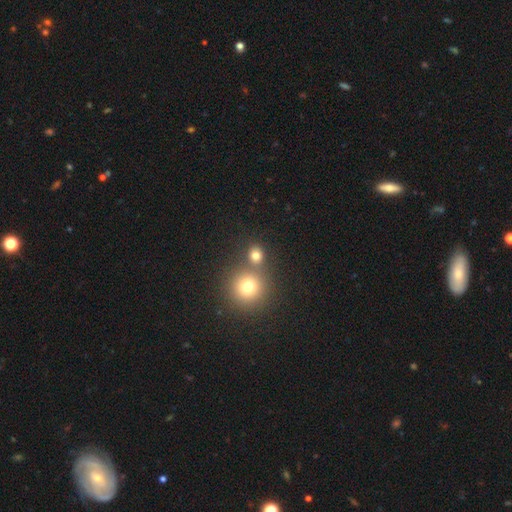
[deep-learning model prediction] Smooth or featured: smooth — 76% (star or artifact — 16%)
How rounded: round — 80% (in between — 19%)
Merging: none — 66% (merger — 23%)